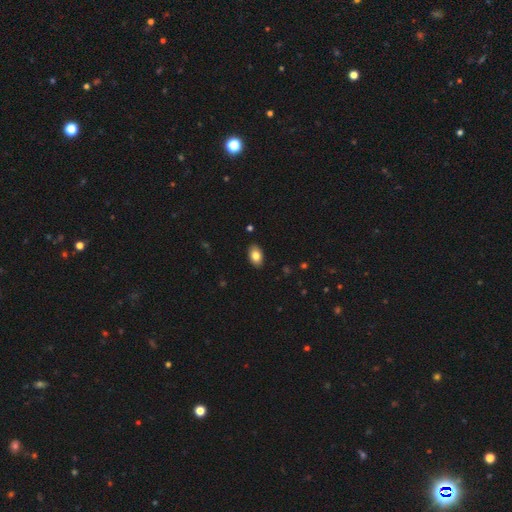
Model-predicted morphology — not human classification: Smooth or featured: smooth — 83% (featured or disk — 9%)
How rounded: in between — 90% (round — 9%)
Merging: none — 88% (minor disturbance — 9%)